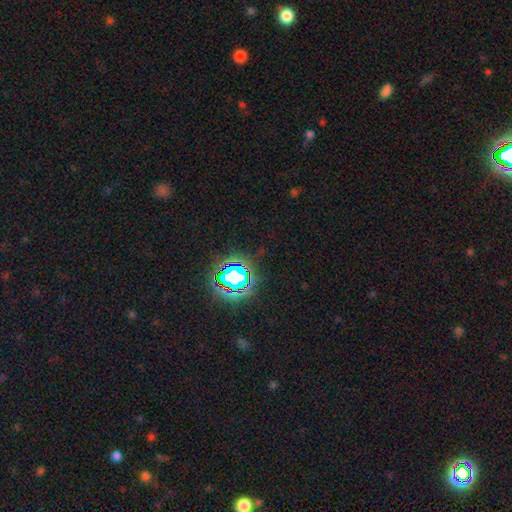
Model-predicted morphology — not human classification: A star or artifact, not a galaxy (77%).

Vote fractions:
- Smooth or featured? star or artifact: 77% / smooth: 15% / featured or disk: 8%